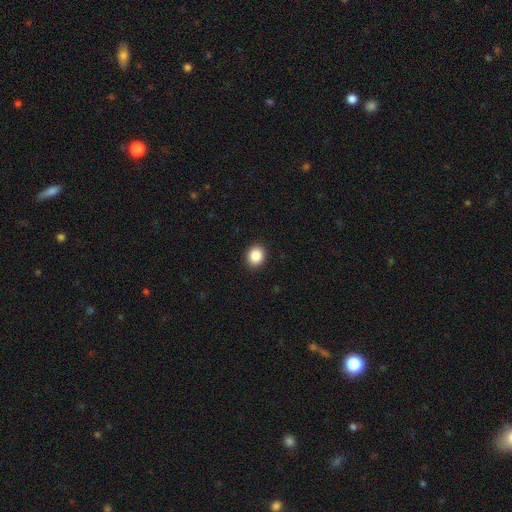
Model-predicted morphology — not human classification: A smooth galaxy with no disk features (87%) that is round (69%).

Vote fractions:
- Smooth or featured? smooth: 87% / star or artifact: 9% / featured or disk: 4%
- How rounded? round: 69% / in between: 30% / cigar-shaped: 1%
- Merging? none: 91% / minor disturbance: 6% / major disturbance: 2% / merger: 1%